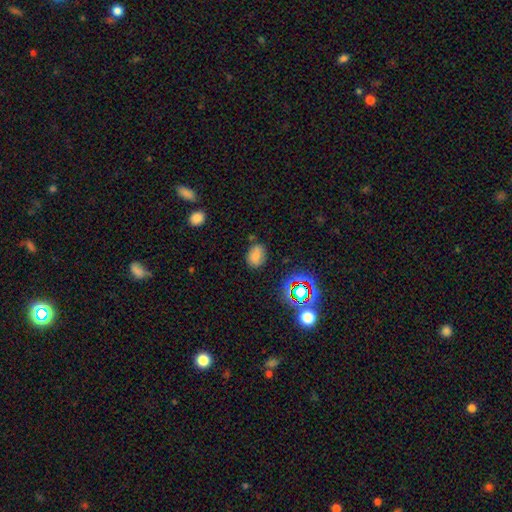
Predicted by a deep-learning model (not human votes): Smooth or featured?
  - smooth: 73% *
  - star or artifact: 17%
  - featured or disk: 9%
How rounded?
  - in between: 69% *
  - round: 30%
  - cigar-shaped: 1%
Merging?
  - none: 75% *
  - minor disturbance: 17%
  - major disturbance: 4%
  - merger: 3%